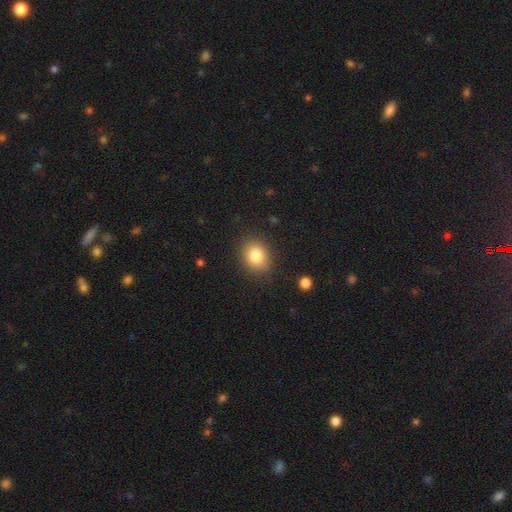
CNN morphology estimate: Smooth or featured?
  - smooth: 83% *
  - star or artifact: 9%
  - featured or disk: 7%
How rounded?
  - round: 53% *
  - in between: 46%
  - cigar-shaped: 1%
Merging?
  - none: 85% *
  - minor disturbance: 10%
  - major disturbance: 3%
  - merger: 1%